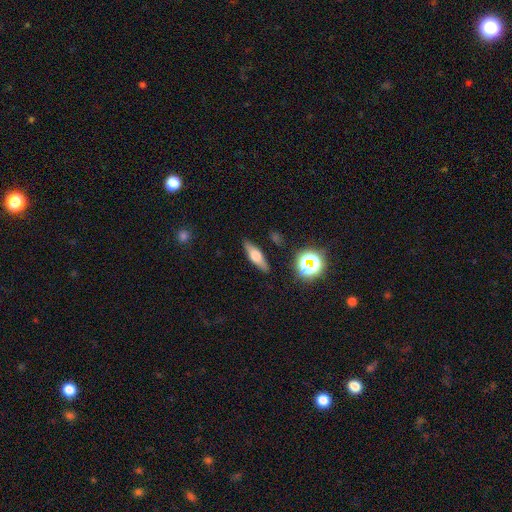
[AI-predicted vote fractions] smooth-or-featured: smooth: 48% | featured or disk: 41% | star or artifact: 10%
  merging: none: 87% | minor disturbance: 9% | major disturbance: 2% | merger: 2%